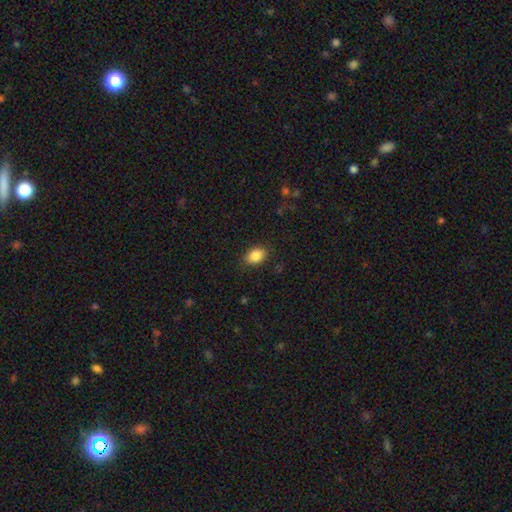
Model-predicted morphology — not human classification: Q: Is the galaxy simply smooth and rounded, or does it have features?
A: smooth — 86%.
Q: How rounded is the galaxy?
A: in between — 81%.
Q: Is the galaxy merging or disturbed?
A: none — 86%.